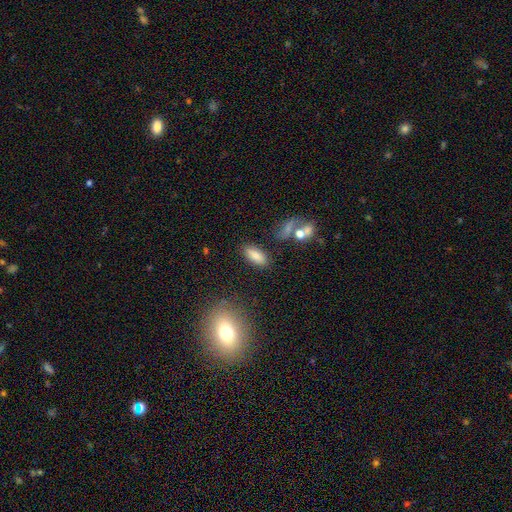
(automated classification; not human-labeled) A smooth galaxy with no disk features (80%) that is in between round and cigar-shaped (83%). Merging: none (81%).